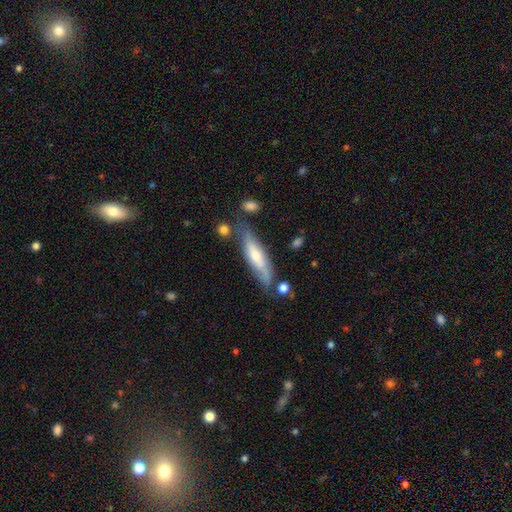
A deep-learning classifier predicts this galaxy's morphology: A featured or disk galaxy (47%, tied with smooth).

Vote fractions:
- Smooth or featured? featured or disk: 47% (tied) / smooth: 47% (tied) / star or artifact: 6%
- Merging? none: 64% / minor disturbance: 23% / merger: 7% / major disturbance: 6%